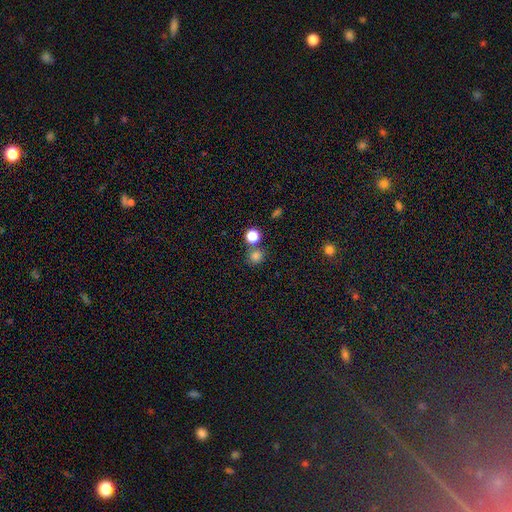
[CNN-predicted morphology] The model was most divided on "merging": none: 71%, merger: 16%, minor disturbance: 9%, major disturbance: 3%. More confident: how rounded — round (81%); smooth or featured — smooth (77%).